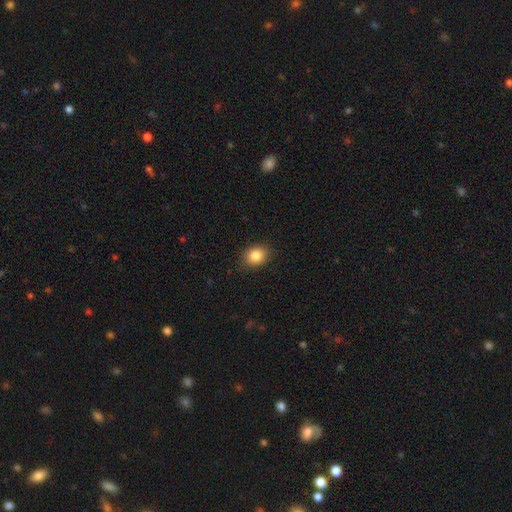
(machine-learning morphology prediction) smooth-or-featured: smooth: 85% | star or artifact: 10% | featured or disk: 6%
  how-rounded: round: 53% | in between: 46% | cigar-shaped: 1%
  merging: none: 87% | minor disturbance: 10% | major disturbance: 2% | merger: 1%